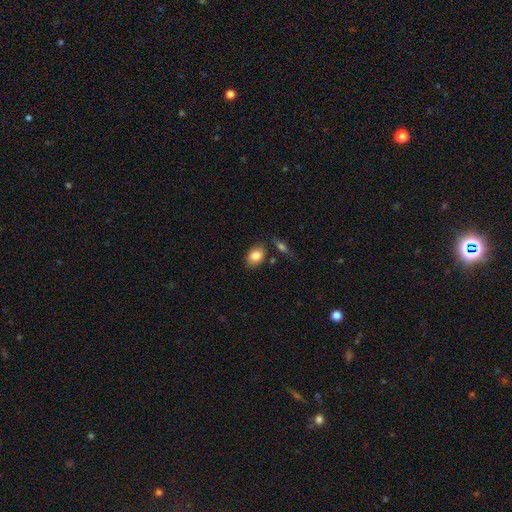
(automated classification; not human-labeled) A smooth galaxy with no disk features (84%) that is in between round and cigar-shaped (78%). Merging: none (74%).